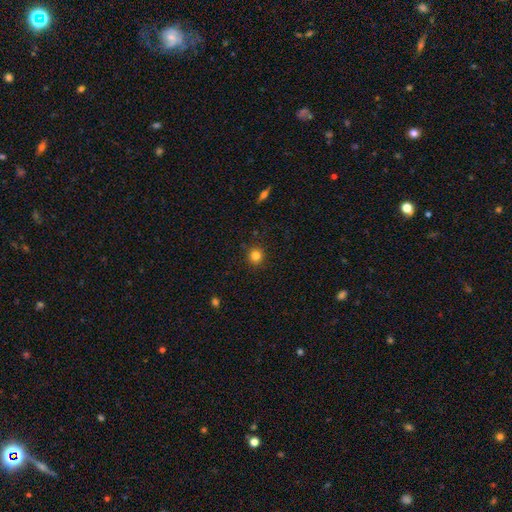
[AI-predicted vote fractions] smooth_or_featured: smooth (p=0.82) [alt: star or artifact p=0.12]
how_rounded: round (p=0.93) [alt: in between p=0.06]
merging: none (p=0.91) [alt: minor disturbance p=0.06]